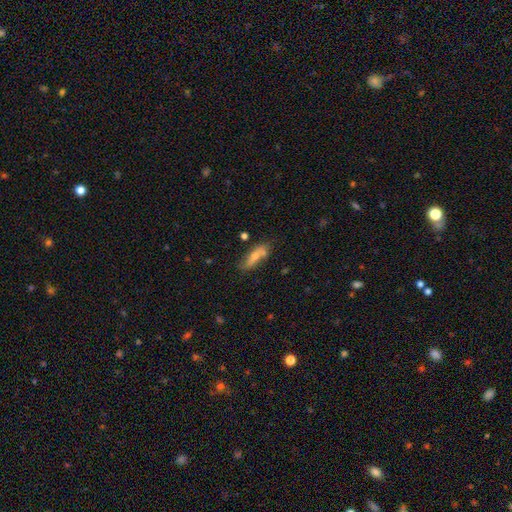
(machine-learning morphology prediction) Smooth or featured? Predicted: smooth (p=0.63). How rounded? Predicted: in between (p=0.52). Merging? Predicted: none (p=0.59).